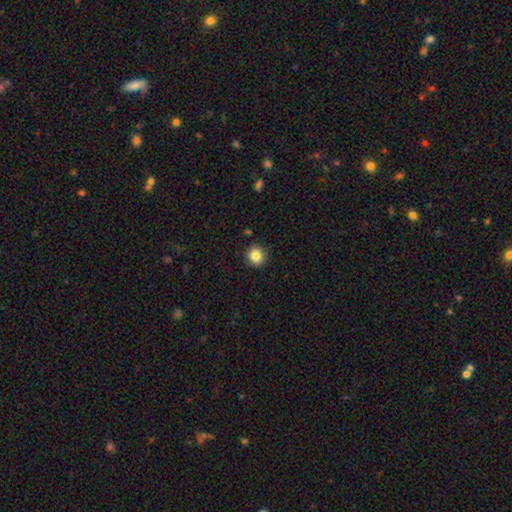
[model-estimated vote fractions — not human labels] A smooth galaxy with no disk features (85%) that is round (93%). Merging: none (91%).